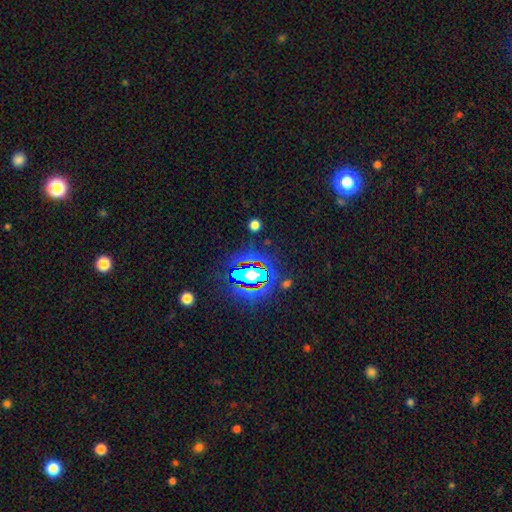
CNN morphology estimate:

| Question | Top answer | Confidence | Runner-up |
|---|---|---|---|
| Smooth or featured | star or artifact | 82% | smooth (11%) |